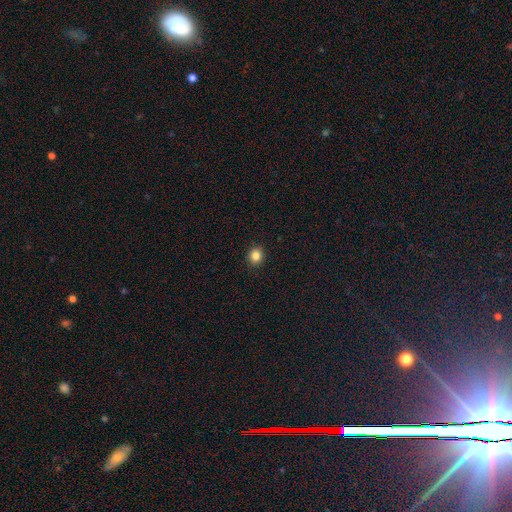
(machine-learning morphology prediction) Smooth or featured? Predicted: smooth (p=0.84). How rounded? Predicted: round (p=0.80). Merging? Predicted: none (p=0.91).